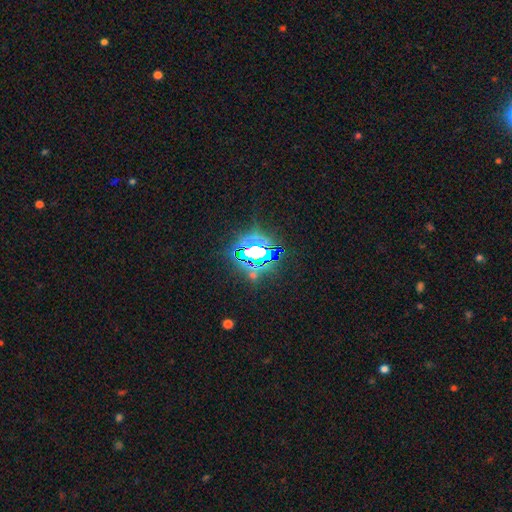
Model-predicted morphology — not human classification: A star or artifact, not a galaxy (79%).